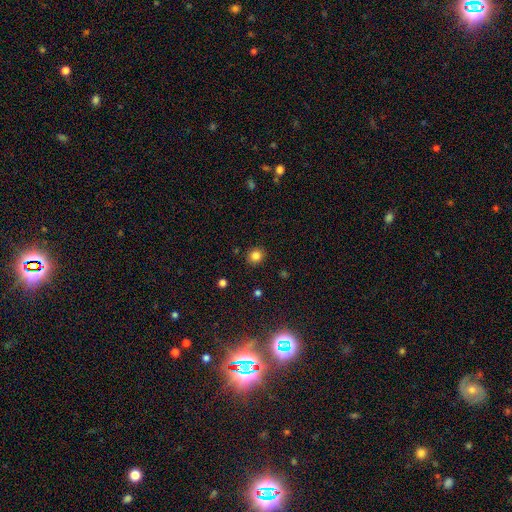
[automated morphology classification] This is clearly a smooth galaxy (82%). How rounded: clearly round (88%). Merging: clearly none (91%).